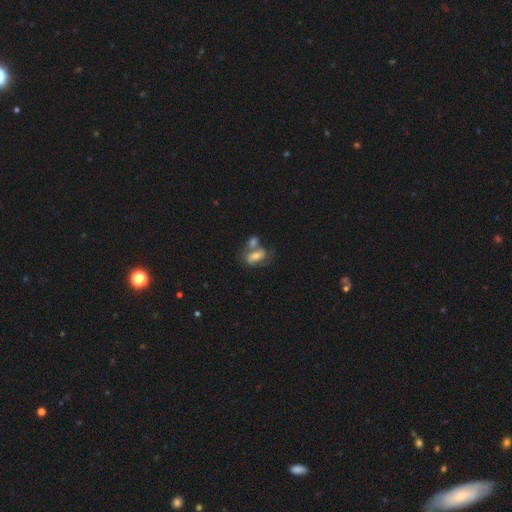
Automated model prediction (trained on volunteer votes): This is possibly a featured or disk galaxy (49%). Merging: marginally merger (45%).